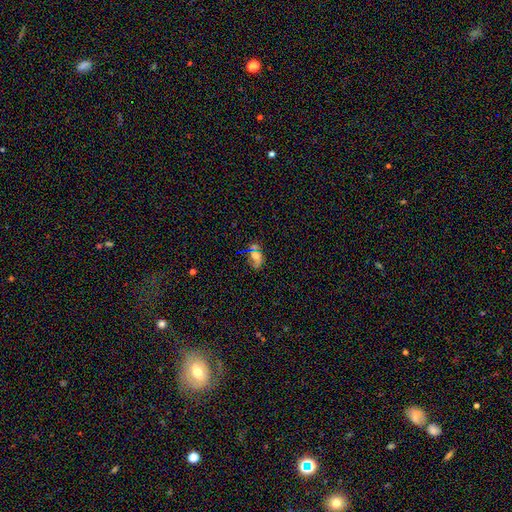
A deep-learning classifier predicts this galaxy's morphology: This appears to be a smooth galaxy with no disk features (54%) that is in between round and cigar-shaped (82%). Merging: none (57%).